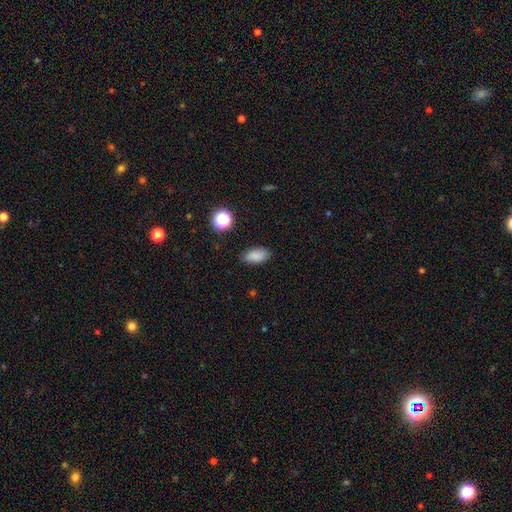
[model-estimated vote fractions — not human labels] Smooth or featured: smooth — 84% (star or artifact — 11%)
How rounded: in between — 90% (round — 6%)
Merging: none — 82% (minor disturbance — 13%)